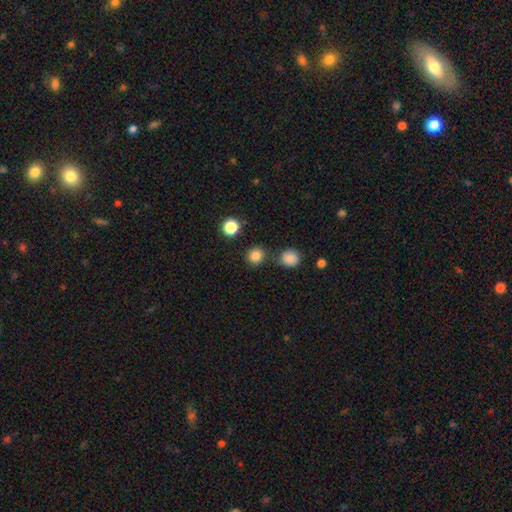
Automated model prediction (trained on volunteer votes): Morphology: type=smooth (84%); roundness=round (91%); merging=none (82%).